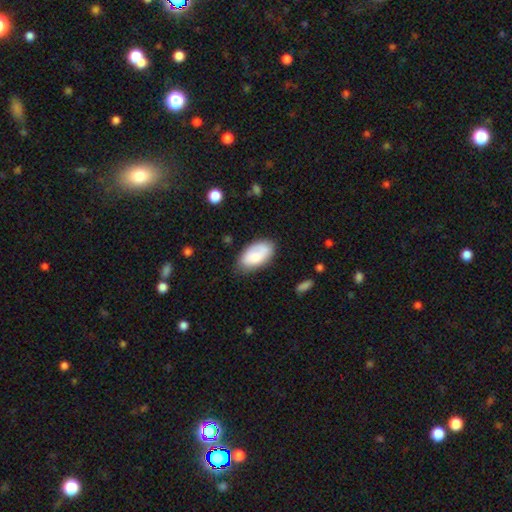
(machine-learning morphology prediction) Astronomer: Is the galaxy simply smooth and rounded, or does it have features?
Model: smooth — 74%.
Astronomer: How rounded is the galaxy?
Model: in between — 95%.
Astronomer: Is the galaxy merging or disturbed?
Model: none — 71%.